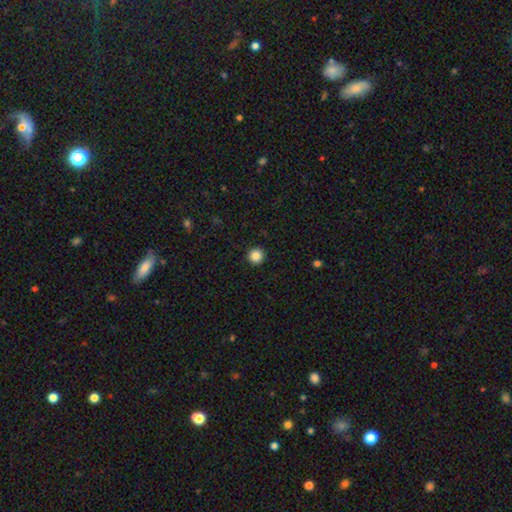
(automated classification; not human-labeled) A smooth galaxy with no disk features (86%) that is round (96%). Merging: none (93%).